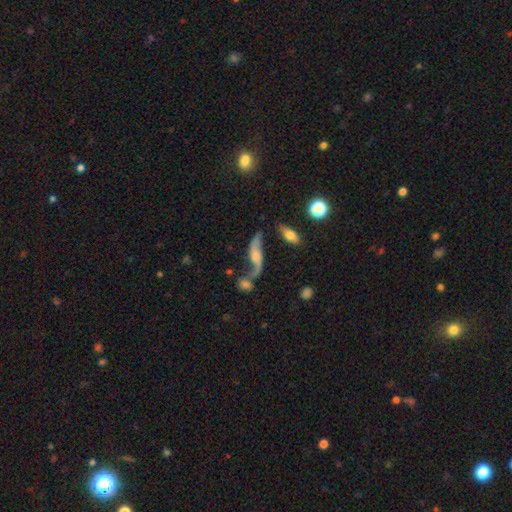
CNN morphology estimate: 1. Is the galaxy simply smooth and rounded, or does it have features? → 75% featured or disk, 17% smooth, 9% star or artifact.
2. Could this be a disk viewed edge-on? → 81% no, 19% yes.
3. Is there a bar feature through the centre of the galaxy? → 62% no, 29% weak, 9% strong.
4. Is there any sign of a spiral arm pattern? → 89% yes, 11% no.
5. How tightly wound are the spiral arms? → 91% loose, 7% medium, 3% tight.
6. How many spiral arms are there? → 90% 2, 5% 1, 3% can't tell, 1% 3, 1% 4, 1% more than 4.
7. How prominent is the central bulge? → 34% small, 31% moderate, 23% none, 9% large, 3% dominant.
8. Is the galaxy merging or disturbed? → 46% none, 23% merger, 18% minor disturbance, 13% major disturbance.